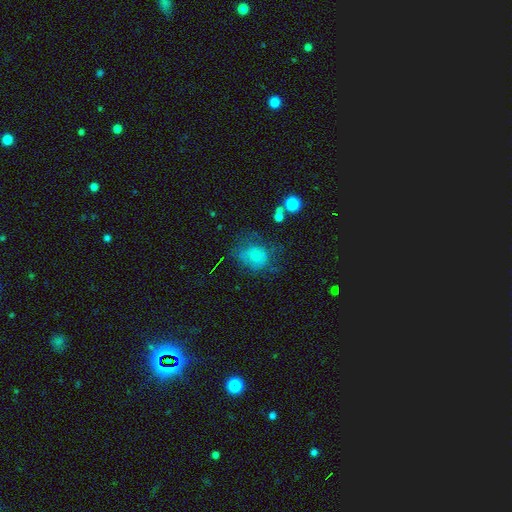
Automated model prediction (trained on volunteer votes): This is likely a smooth galaxy (68%). How rounded: possibly round (60%). Merging: marginally none (41%).